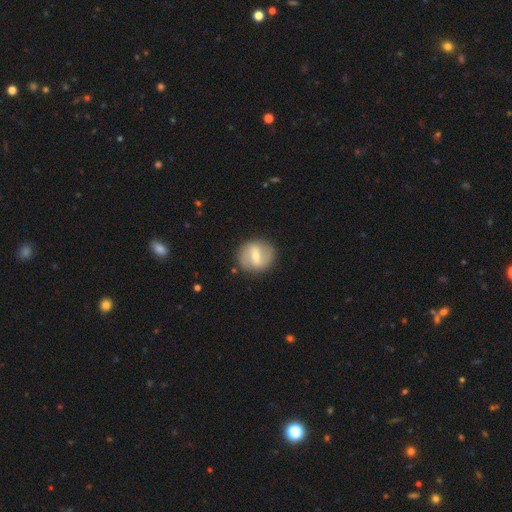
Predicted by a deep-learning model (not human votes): A featured or disk galaxy (61%) with a strong bar (45%), spiral arms (58%) and a moderate central bulge (53%).

Vote fractions:
- Smooth or featured? featured or disk: 61% / smooth: 32% / star or artifact: 6%
- Edge-on disk? no: 94% / yes: 6%
- Bar? strong: 45% / weak: 43% / no: 12%
- Spiral arms? yes: 58% / no: 42%
- Bulge size? moderate: 53% / small: 42% / large: 3% / none: 2% / dominant: 1%
- Merging? none: 85% / minor disturbance: 10% / major disturbance: 3% / merger: 2%